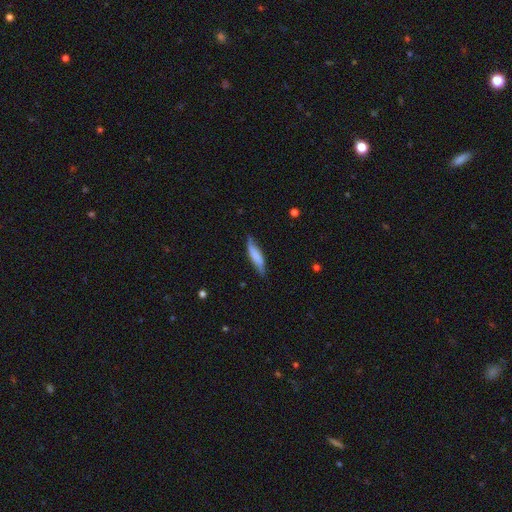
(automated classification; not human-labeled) smooth_or_featured: smooth (p=0.66) [alt: featured or disk p=0.27]
how_rounded: cigar-shaped (p=0.72) [alt: in between p=0.26]
merging: none (p=0.67) [alt: minor disturbance p=0.27]